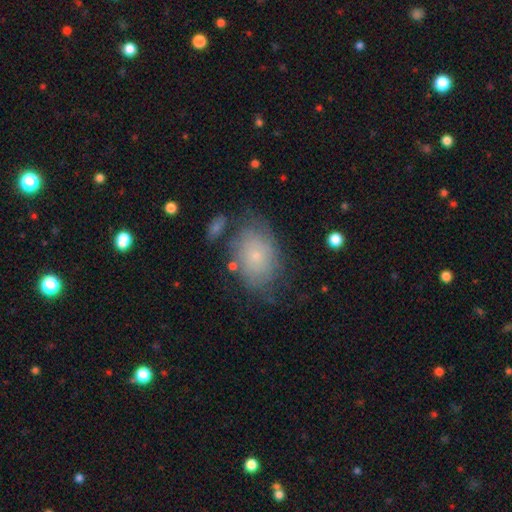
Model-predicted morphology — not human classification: smooth 52%, featured or disk 39%, star or artifact 9%. Down the decision tree: how rounded — in between (80%); merging — none (58%).